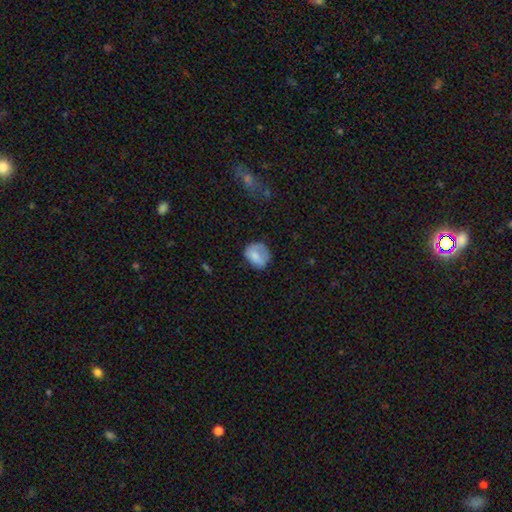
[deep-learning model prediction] smooth_or_featured: smooth (p=0.76) [alt: featured or disk p=0.16]
how_rounded: round (p=0.60) [alt: in between p=0.39]
merging: none (p=0.51) [alt: minor disturbance p=0.31]